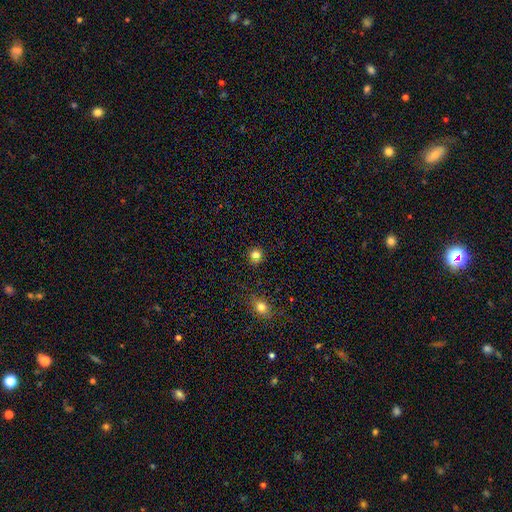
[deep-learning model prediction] Smooth or featured?
  - smooth: 75% *
  - star or artifact: 18%
  - featured or disk: 6%
How rounded?
  - round: 91% *
  - in between: 8%
  - cigar-shaped: 1%
Merging?
  - none: 86% *
  - minor disturbance: 7%
  - merger: 5%
  - major disturbance: 2%